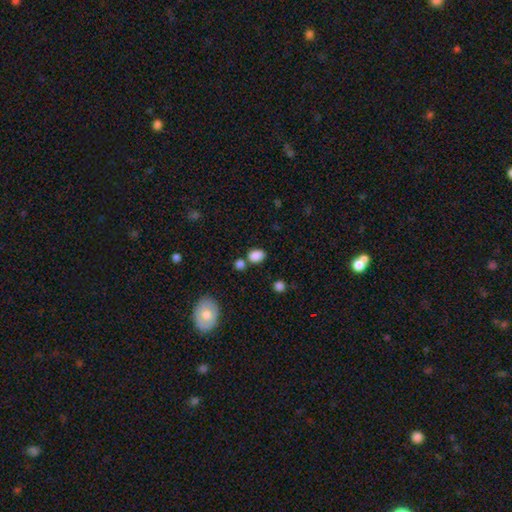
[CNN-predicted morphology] This is clearly a smooth galaxy (85%). How rounded: likely in between (71%). Merging: likely none (63%).